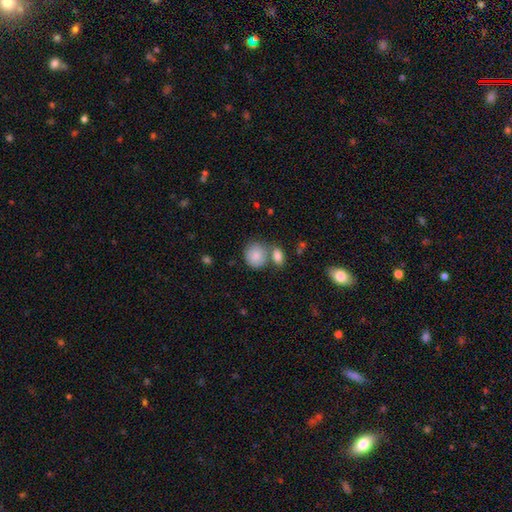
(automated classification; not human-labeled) A smooth galaxy with no disk features (85%) that is round (74%).

Vote fractions:
- Smooth or featured? smooth: 85% / featured or disk: 8% / star or artifact: 7%
- How rounded? round: 74% / in between: 25% / cigar-shaped: 1%
- Merging? none: 48% / merger: 35% / minor disturbance: 13% / major disturbance: 5%